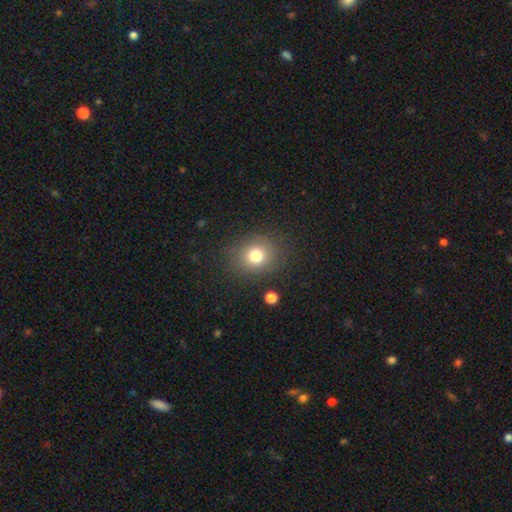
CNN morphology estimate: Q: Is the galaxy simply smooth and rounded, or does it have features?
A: smooth — 77%.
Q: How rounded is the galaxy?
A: round — 75%.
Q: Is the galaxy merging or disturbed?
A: none — 85%.